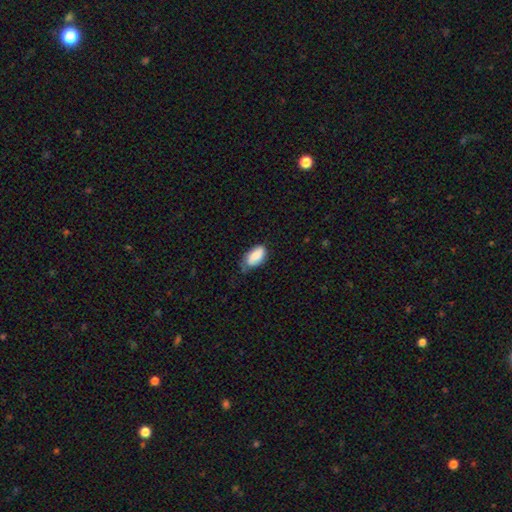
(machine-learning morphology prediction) Q: Smooth or featured?
A: smooth (83%); runner-up: featured or disk (10%)
Q: How rounded?
A: in between (94%); runner-up: round (3%)
Q: Merging?
A: none (44%); runner-up: minor disturbance (43%)